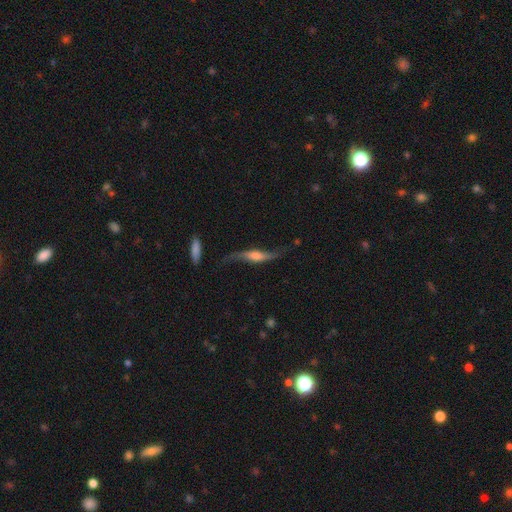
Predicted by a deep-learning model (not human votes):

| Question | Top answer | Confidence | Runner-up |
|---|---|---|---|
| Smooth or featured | featured or disk | 78% | smooth (15%) |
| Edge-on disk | yes | 54% | no (46%) |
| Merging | none | 63% | minor disturbance (21%) |